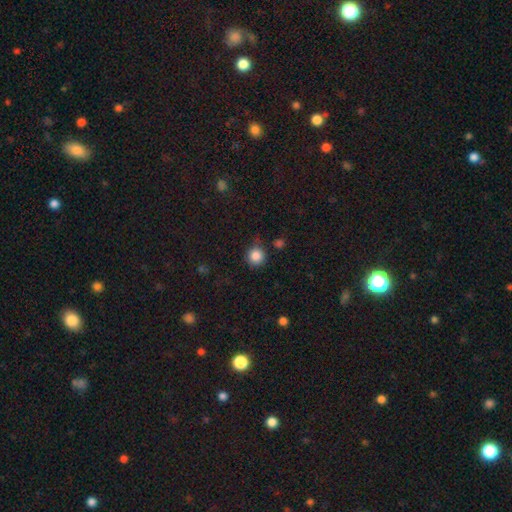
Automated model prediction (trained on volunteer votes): This is clearly a smooth galaxy (85%). How rounded: clearly round (94%). Merging: clearly none (81%).